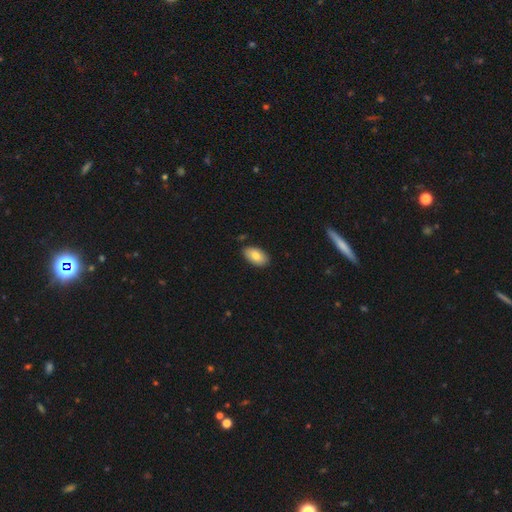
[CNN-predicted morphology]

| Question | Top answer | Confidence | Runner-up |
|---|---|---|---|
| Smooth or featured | smooth | 81% | featured or disk (12%) |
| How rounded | in between | 95% | round (4%) |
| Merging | none | 86% | minor disturbance (11%) |